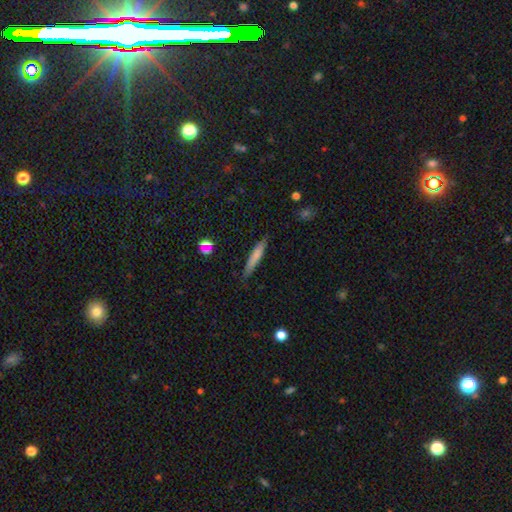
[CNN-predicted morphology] Smooth or featured? smooth (72%)
How rounded? cigar-shaped (91%)
Merging? none (83%)